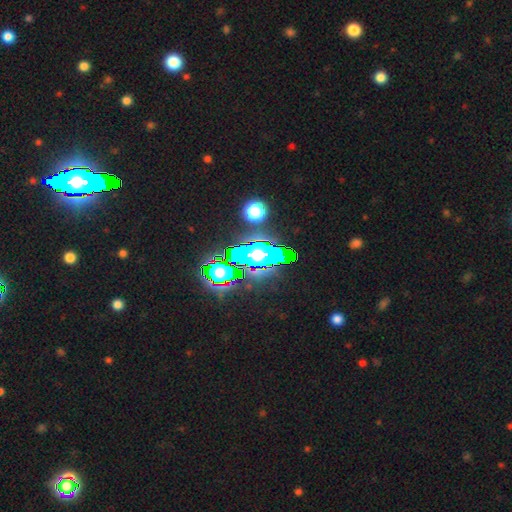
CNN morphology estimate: smooth_or_featured: star or artifact (p=0.75) [alt: featured or disk p=0.12]